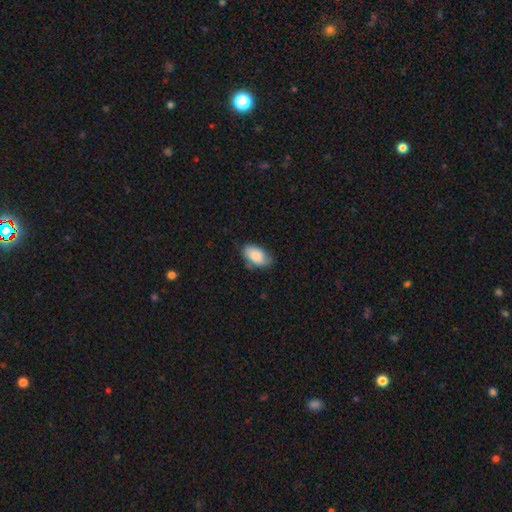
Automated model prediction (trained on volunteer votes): Overall: smooth (86%). How rounded: in between (93%). Merging: none (71%).